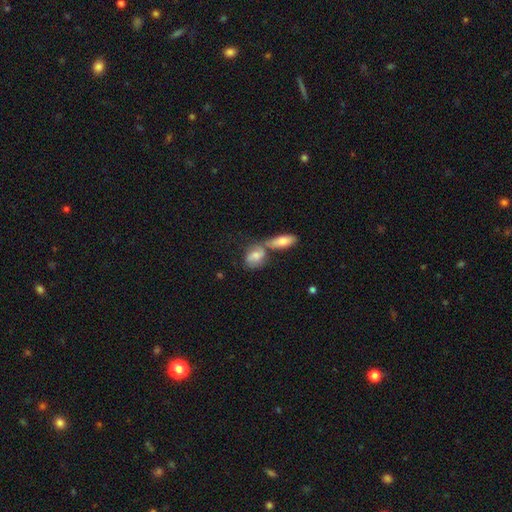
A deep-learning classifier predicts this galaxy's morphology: Smooth or featured?
  - smooth: 65% *
  - featured or disk: 27%
  - star or artifact: 8%
How rounded?
  - in between: 75% *
  - round: 19%
  - cigar-shaped: 6%
Merging?
  - merger: 45% *
  - none: 33%
  - minor disturbance: 15%
  - major disturbance: 7%